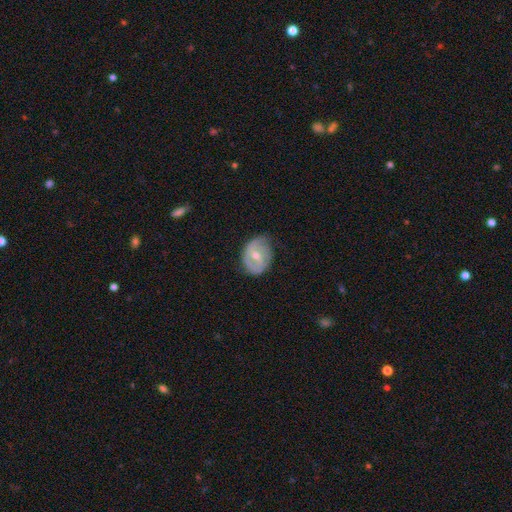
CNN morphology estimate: type=featured or disk (68%); edge-on=no (97%); bar=weak (48%); spiral arms=yes (81%); winding=medium (40%, tied with tight); arm count=2 (60%); bulge=moderate (63%); merging=none (60%).